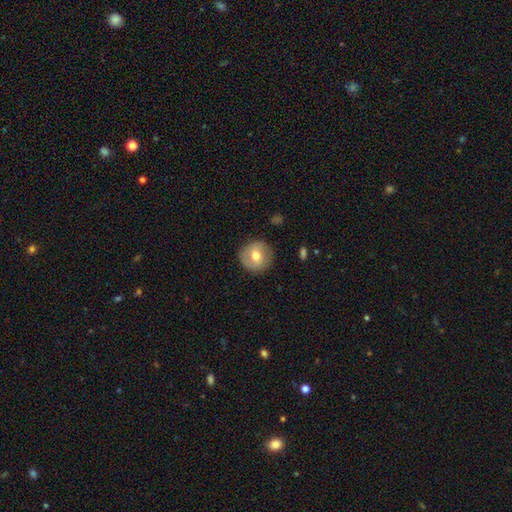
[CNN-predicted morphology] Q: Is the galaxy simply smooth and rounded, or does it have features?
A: smooth — 64%.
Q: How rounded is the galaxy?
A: round — 92%.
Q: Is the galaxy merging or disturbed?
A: none — 85%.